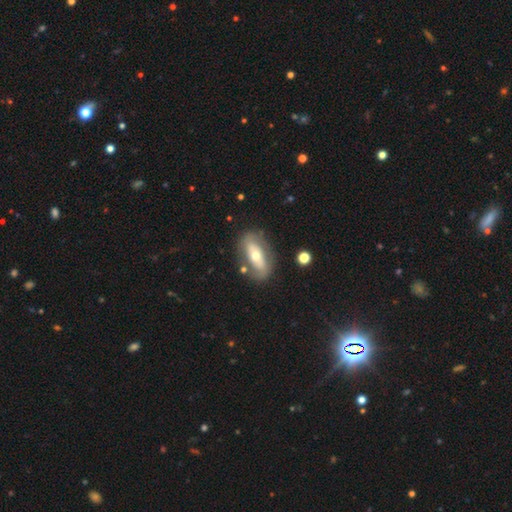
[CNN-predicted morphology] The model was most divided on "smooth or featured": featured or disk: 51%, smooth: 42%, star or artifact: 6%. More confident: edge-on disk — no (78%); merging — none (75%).